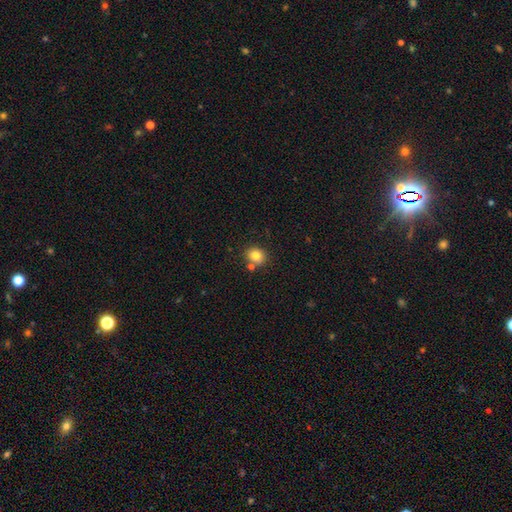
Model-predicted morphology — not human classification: smooth-or-featured: smooth: 82% | star or artifact: 11% | featured or disk: 7%
  how-rounded: round: 71% | in between: 28% | cigar-shaped: 1%
  merging: none: 72% | merger: 15% | minor disturbance: 11% | major disturbance: 3%